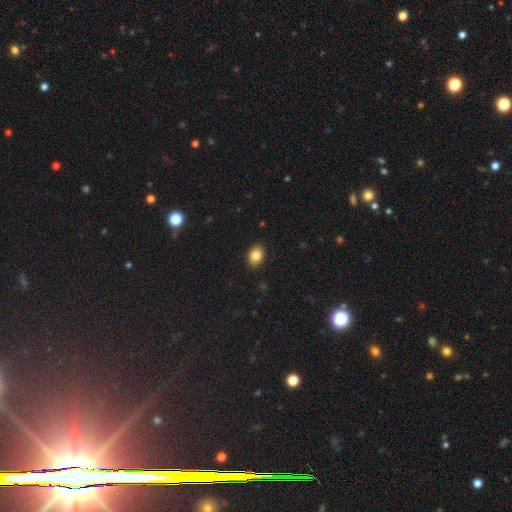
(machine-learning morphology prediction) Overall: smooth (84%). How rounded: in between (67%; round 32%). Merging: none (90%).